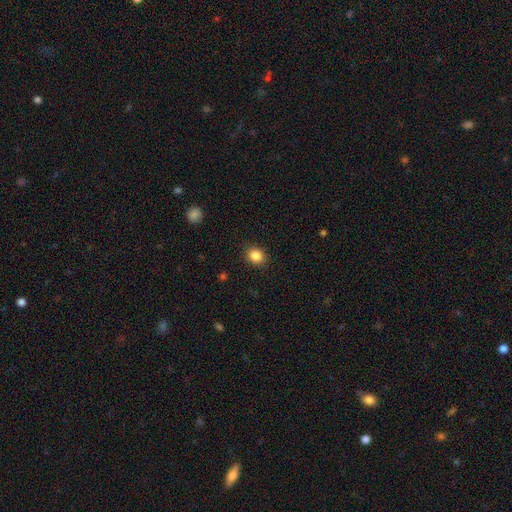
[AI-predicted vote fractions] smooth_or_featured: smooth (p=0.86) [alt: star or artifact p=0.10]
how_rounded: round (p=0.61) [alt: in between p=0.38]
merging: none (p=0.89) [alt: minor disturbance p=0.07]